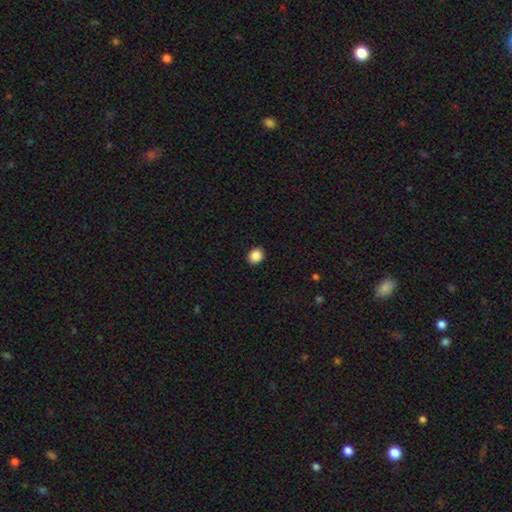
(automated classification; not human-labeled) Morphology: type=smooth (88%); roundness=round (61%); merging=none (91%).